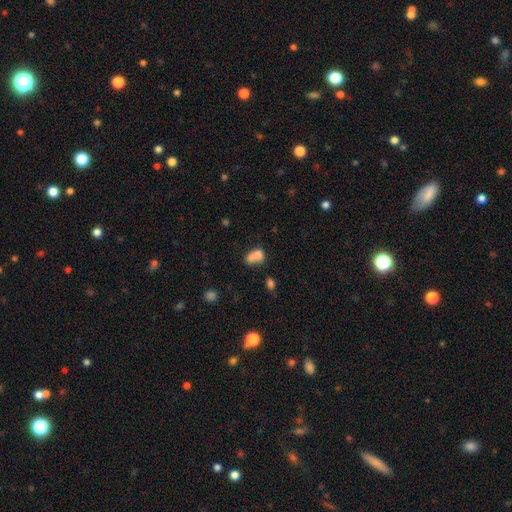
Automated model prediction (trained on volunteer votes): A smooth galaxy with no disk features (78%) that is in between round and cigar-shaped (83%). Merging: none (40%).